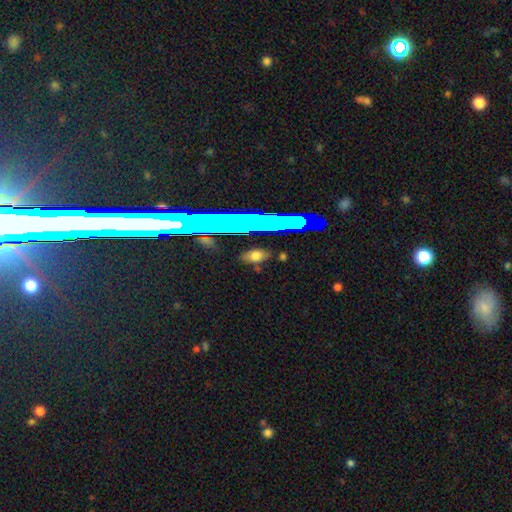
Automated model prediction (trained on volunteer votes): Smooth or featured: smooth — 65% (star or artifact — 21%)
How rounded: in between — 70% (round — 20%)
Merging: none — 81% (minor disturbance — 12%)